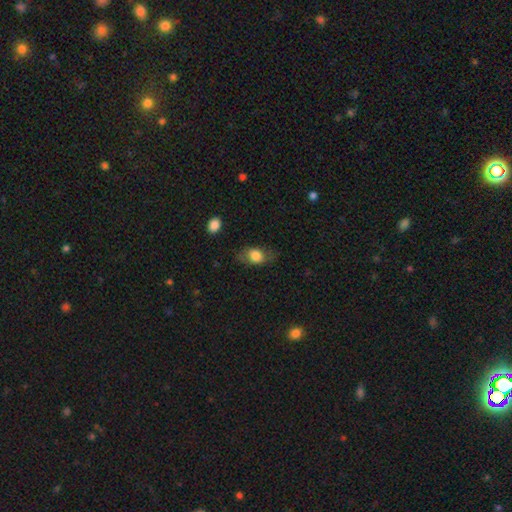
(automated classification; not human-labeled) smooth_or_featured: smooth (p=0.74) [alt: featured or disk p=0.18]
how_rounded: in between (p=0.75) [alt: round p=0.21]
merging: none (p=0.70) [alt: minor disturbance p=0.20]